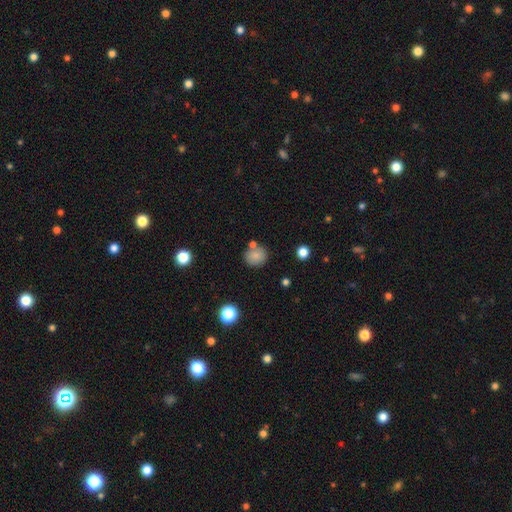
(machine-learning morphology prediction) This is clearly a smooth galaxy (81%). How rounded: clearly round (81%). Merging: likely none (72%).